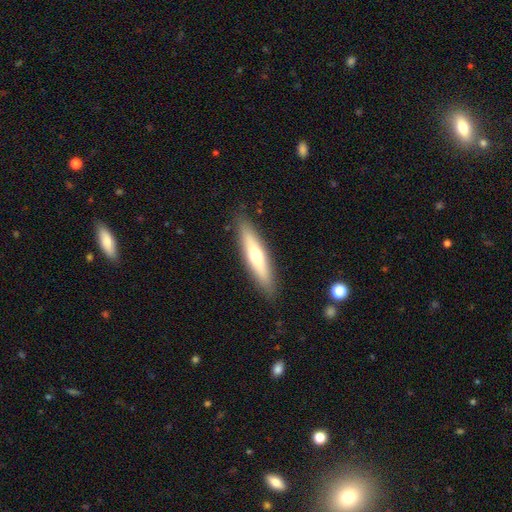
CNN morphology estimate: Smooth or featured: smooth — 53% (featured or disk — 41%)
How rounded: cigar-shaped — 79% (in between — 19%)
Merging: none — 88% (minor disturbance — 8%)